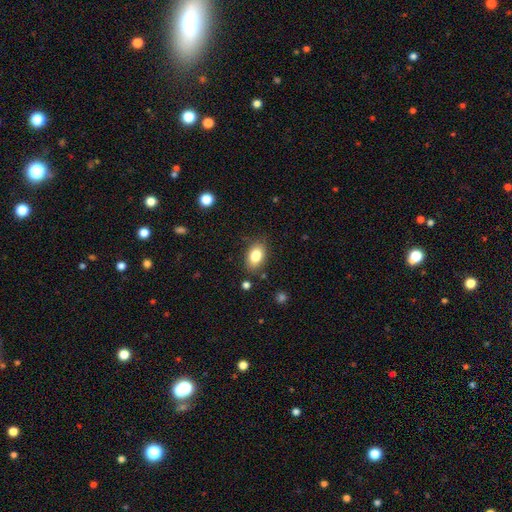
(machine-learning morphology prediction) This appears to be a smooth galaxy with no disk features (82%) that is in between round and cigar-shaped (87%). Merging: none (82%).